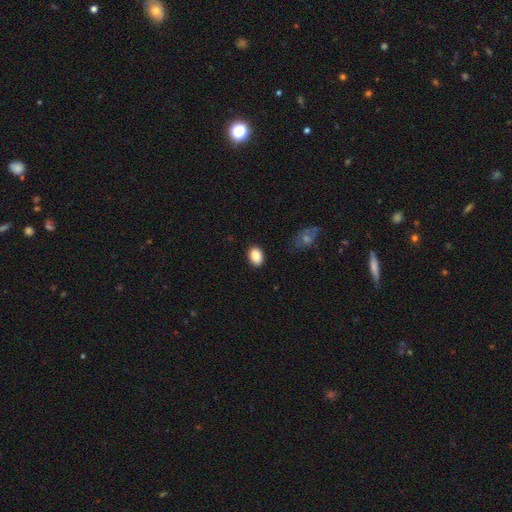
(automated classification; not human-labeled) Smooth or featured? Predicted: smooth (p=0.89). How rounded? Predicted: in between (p=0.81). Merging? Predicted: none (p=0.87).